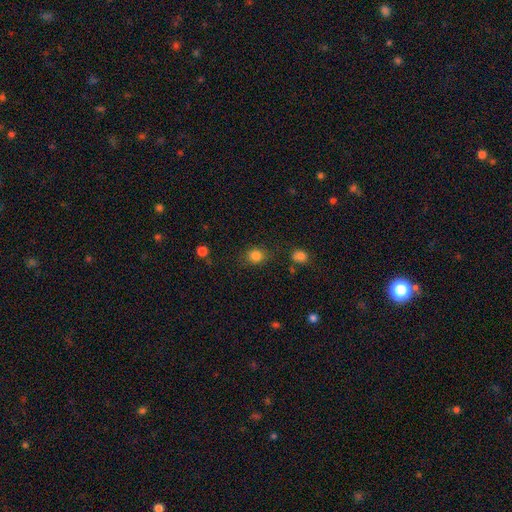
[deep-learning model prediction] Smooth or featured? smooth (83%)
How rounded? round (76%)
Merging? none (79%)